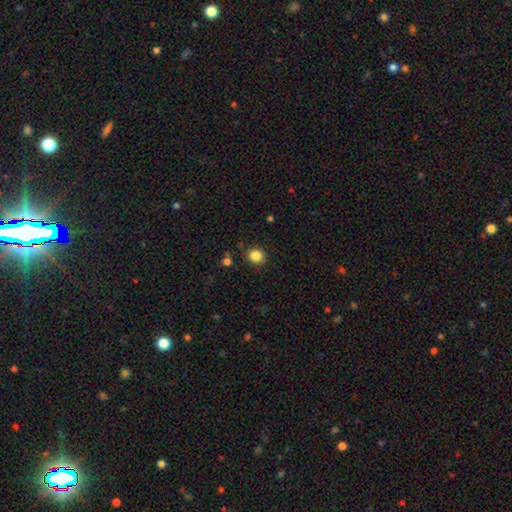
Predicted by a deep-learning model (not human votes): smooth 85%, star or artifact 11%, featured or disk 5%. Down the decision tree: how rounded — round (78%); merging — none (86%).